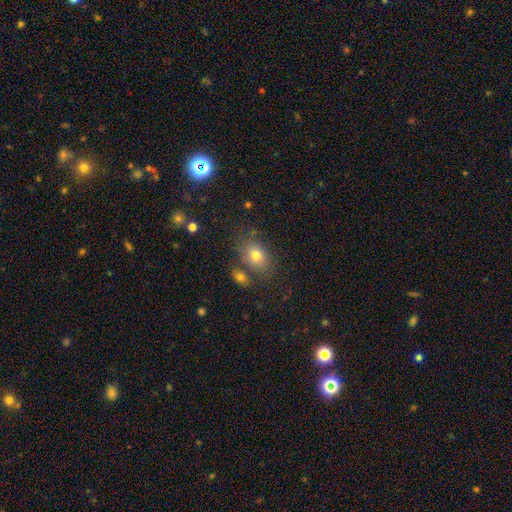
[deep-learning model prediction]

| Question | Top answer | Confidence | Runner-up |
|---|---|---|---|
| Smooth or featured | smooth | 76% | featured or disk (12%) |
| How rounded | in between | 69% | round (30%) |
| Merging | none | 67% | merger (14%) |